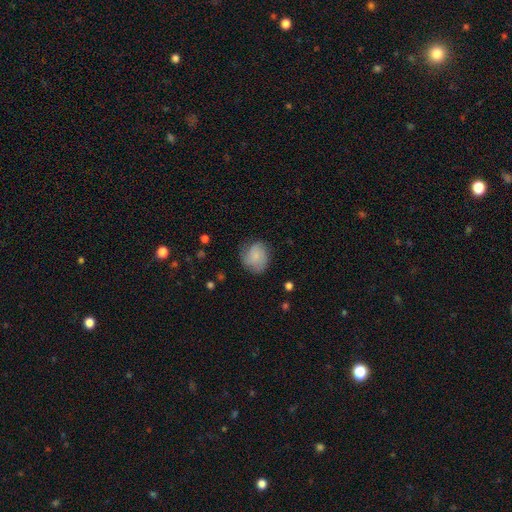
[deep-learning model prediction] This appears to be a smooth galaxy with no disk features (72%) that is round (73%). Merging: none (67%).